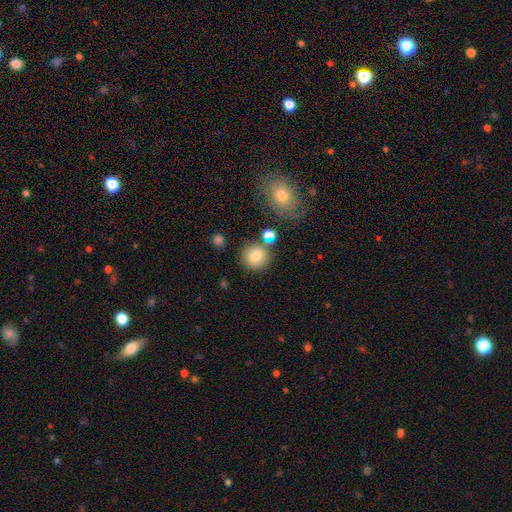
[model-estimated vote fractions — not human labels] A smooth galaxy with no disk features (80%) that is round (90%). Merging: none (75%).